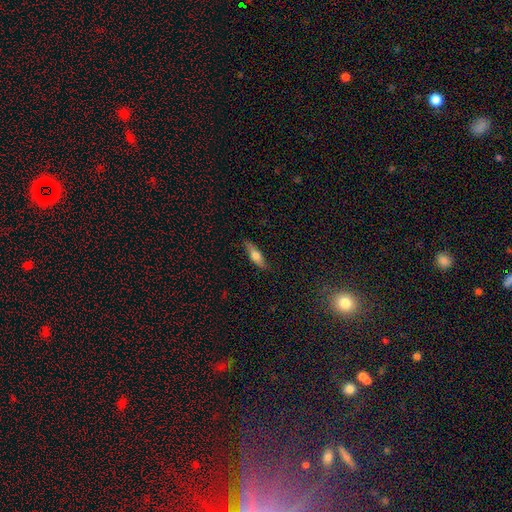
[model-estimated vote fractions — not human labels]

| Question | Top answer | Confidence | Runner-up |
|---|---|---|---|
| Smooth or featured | smooth | 63% | featured or disk (31%) |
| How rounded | cigar-shaped | 55% | in between (42%) |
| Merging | none | 83% | minor disturbance (13%) |